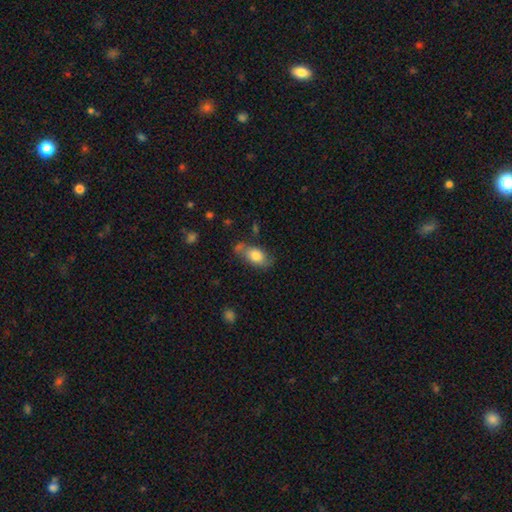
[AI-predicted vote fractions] Overall: smooth (74%). How rounded: in between (87%). Merging: none (58%; minor disturbance 24%).